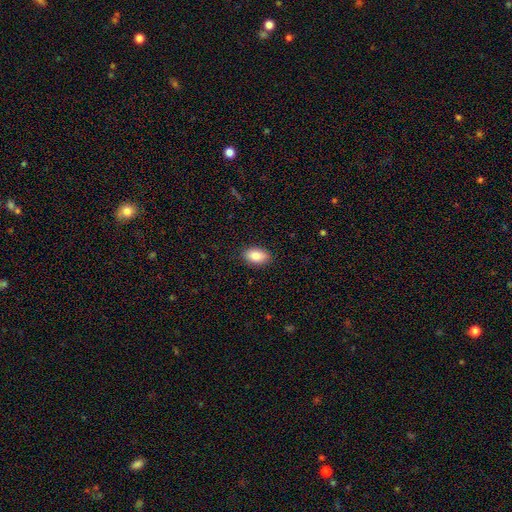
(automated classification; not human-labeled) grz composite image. It shows a smooth galaxy with no disk features (87%) that is in between round and cigar-shaped (91%). Merging: none (88%).